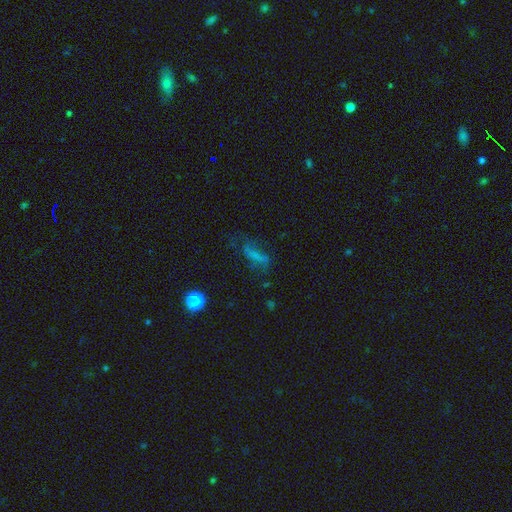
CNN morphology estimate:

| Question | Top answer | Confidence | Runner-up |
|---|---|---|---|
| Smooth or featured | smooth | 50% | featured or disk (30%) |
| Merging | none | 46% | major disturbance (27%) |